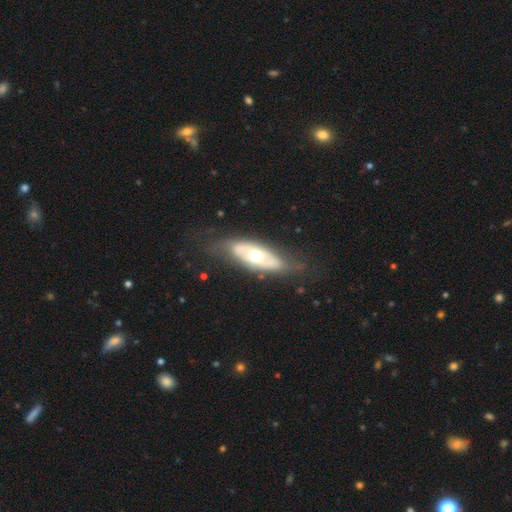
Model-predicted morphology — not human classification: type=featured or disk (61%); edge-on=no (79%); merging=none (67%).